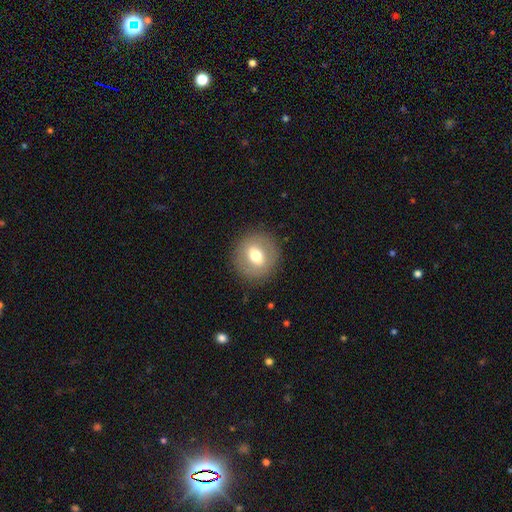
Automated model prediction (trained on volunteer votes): Overall: smooth (60%; featured or disk 31%). How rounded: round (81%). Merging: none (87%).